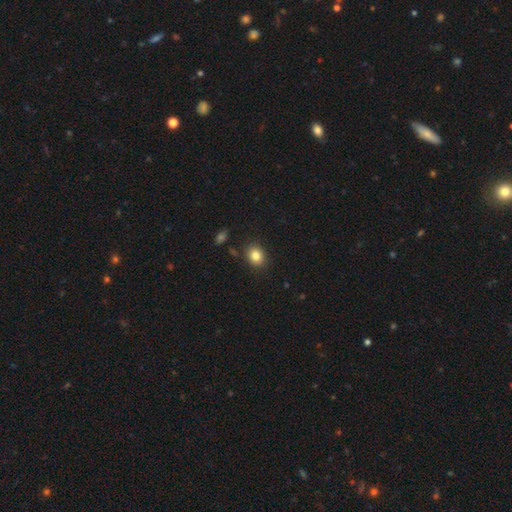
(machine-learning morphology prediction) A smooth galaxy with no disk features (83%) that is round (61%). Merging: none (86%).